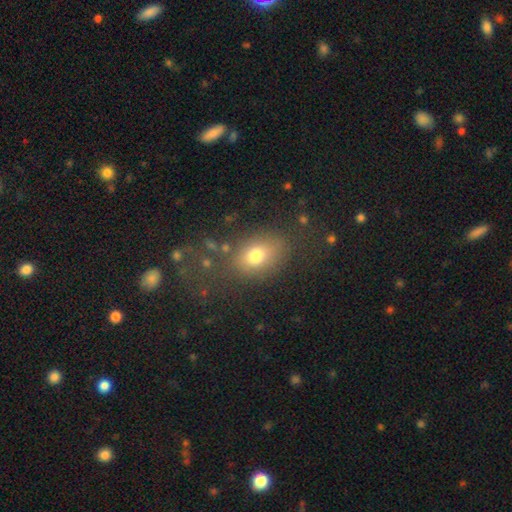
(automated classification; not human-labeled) Smooth or featured?
  - smooth: 74% *
  - star or artifact: 14%
  - featured or disk: 12%
How rounded?
  - in between: 69% *
  - round: 29%
  - cigar-shaped: 2%
Merging?
  - none: 71% *
  - minor disturbance: 15%
  - major disturbance: 9%
  - merger: 5%